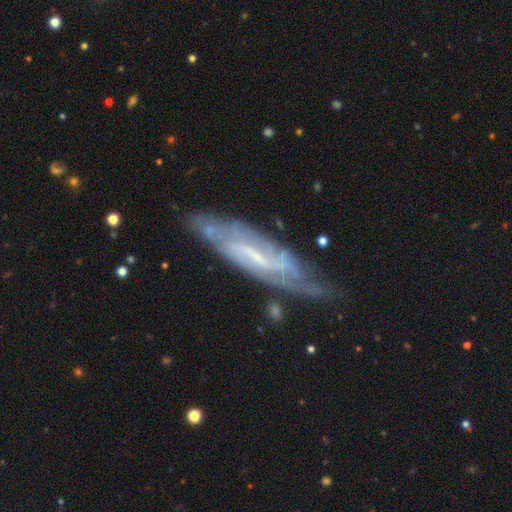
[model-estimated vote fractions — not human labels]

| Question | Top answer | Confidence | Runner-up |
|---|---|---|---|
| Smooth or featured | featured or disk | 80% | smooth (13%) |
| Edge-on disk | no | 77% | yes (23%) |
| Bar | weak | 43% | strong (36%) |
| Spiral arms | yes | 91% | no (9%) |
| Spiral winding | tight | 43% | medium (40%) |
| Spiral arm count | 2 | 50% | can't tell (33%) |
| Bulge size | small | 57% | none (24%) |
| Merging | none | 66% | minor disturbance (22%) |